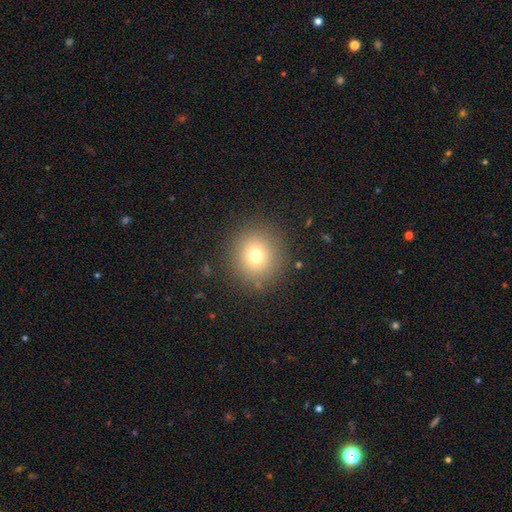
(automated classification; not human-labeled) Overall: smooth (73%). How rounded: round (92%). Merging: none (87%).